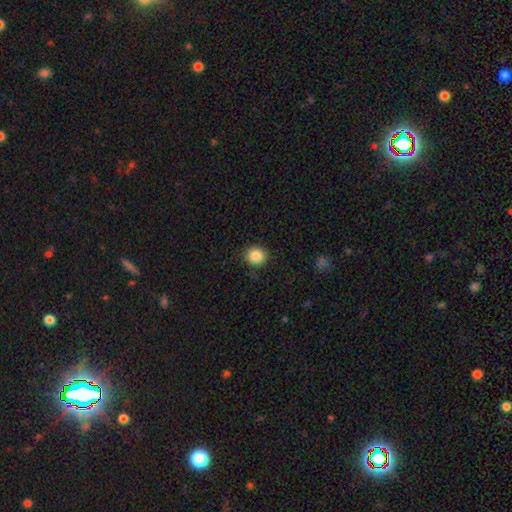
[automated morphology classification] Smooth or featured? Predicted: smooth (p=0.87). How rounded? Predicted: round (p=0.88). Merging? Predicted: none (p=0.90).